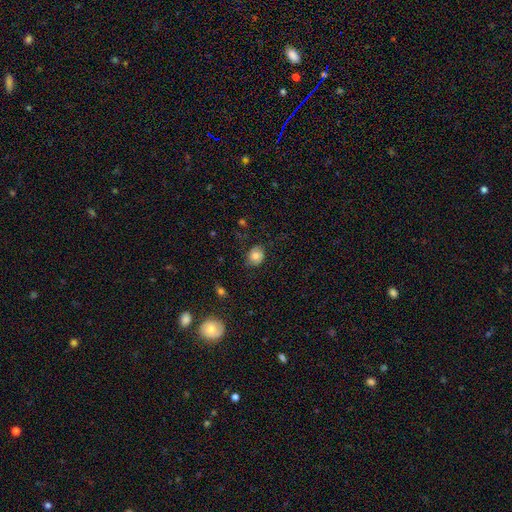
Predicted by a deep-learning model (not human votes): smooth 75%, featured or disk 15%, star or artifact 10%. Down the decision tree: how rounded — round (56%); merging — none (72%).